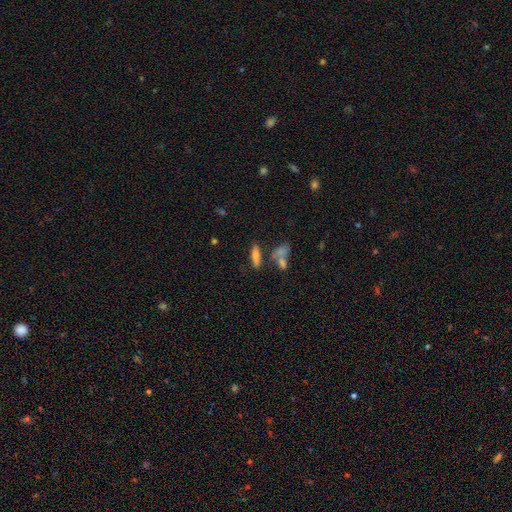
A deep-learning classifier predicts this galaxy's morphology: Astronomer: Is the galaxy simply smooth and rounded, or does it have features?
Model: smooth — 64%.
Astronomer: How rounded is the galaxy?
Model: cigar-shaped — 57% (runner-up: in between, 40%).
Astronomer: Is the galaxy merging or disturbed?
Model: none — 61%.